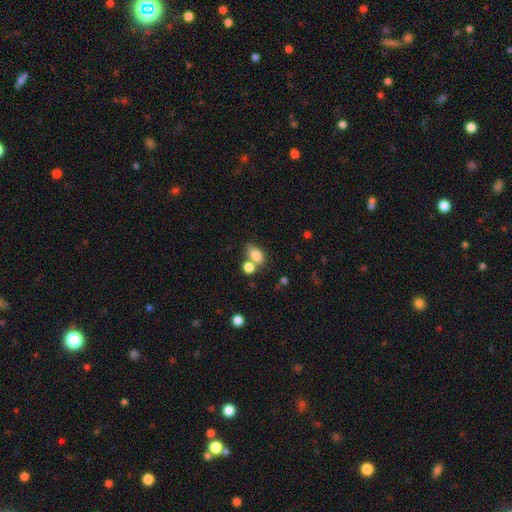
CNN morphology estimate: smooth_or_featured: smooth (p=0.80) [alt: star or artifact p=0.10]
how_rounded: in between (p=0.75) [alt: round p=0.23]
merging: none (p=0.41) [alt: merger p=0.38]